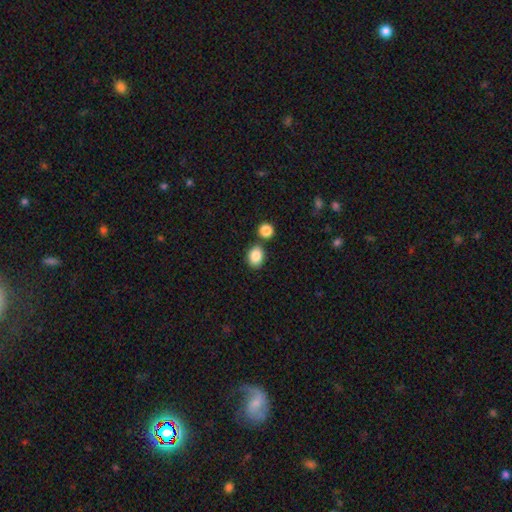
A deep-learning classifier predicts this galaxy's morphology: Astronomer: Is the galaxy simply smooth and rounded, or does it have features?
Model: smooth — 87%.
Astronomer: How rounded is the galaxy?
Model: in between — 62% (runner-up: round, 37%).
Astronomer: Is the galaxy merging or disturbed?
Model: none — 73%.